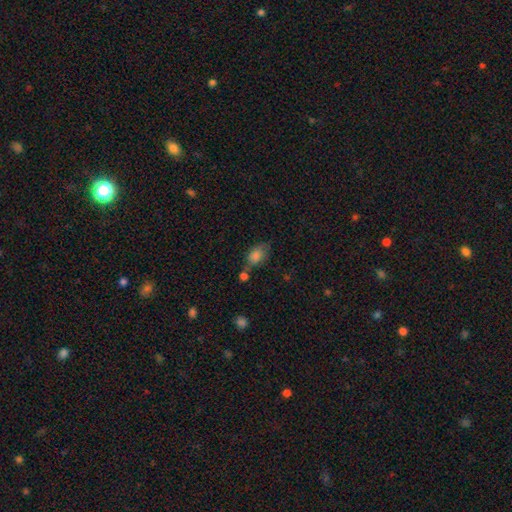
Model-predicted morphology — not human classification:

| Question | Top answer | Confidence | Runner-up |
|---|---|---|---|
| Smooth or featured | smooth | 79% | featured or disk (11%) |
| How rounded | in between | 83% | round (14%) |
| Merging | none | 43% | merger (24%) |